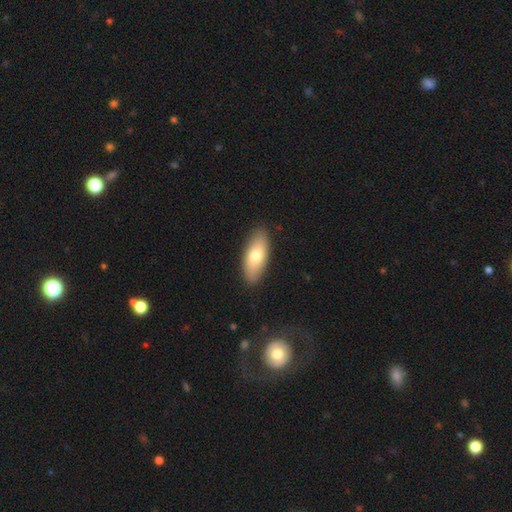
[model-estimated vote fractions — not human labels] smooth-or-featured: smooth: 70% | featured or disk: 24% | star or artifact: 6%
  how-rounded: in between: 80% | cigar-shaped: 17% | round: 3%
  merging: none: 88% | minor disturbance: 9% | major disturbance: 2% | merger: 1%